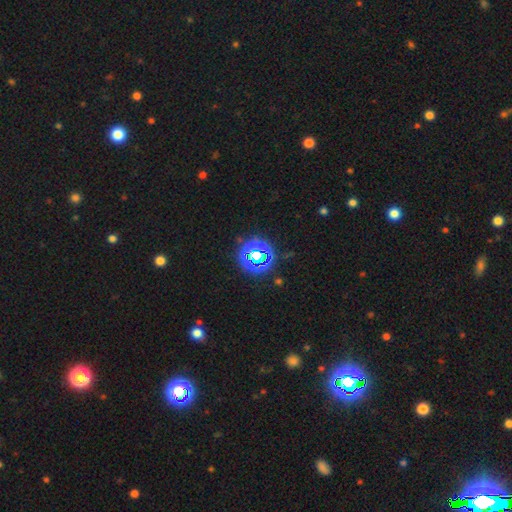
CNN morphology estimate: Smooth or featured? star or artifact (74%)